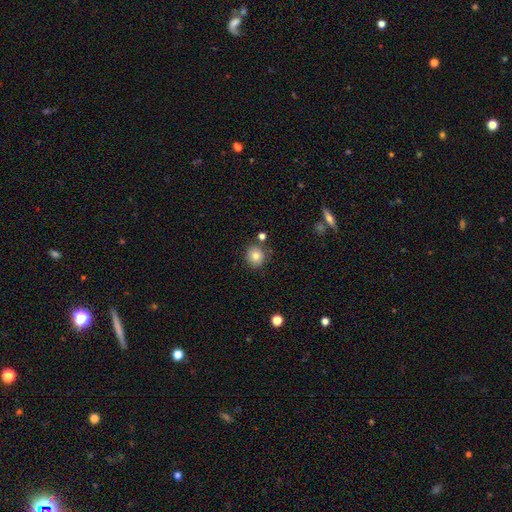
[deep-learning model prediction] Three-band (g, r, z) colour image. It shows a smooth galaxy with no disk features (81%) that is round (86%). Merging: none (82%).